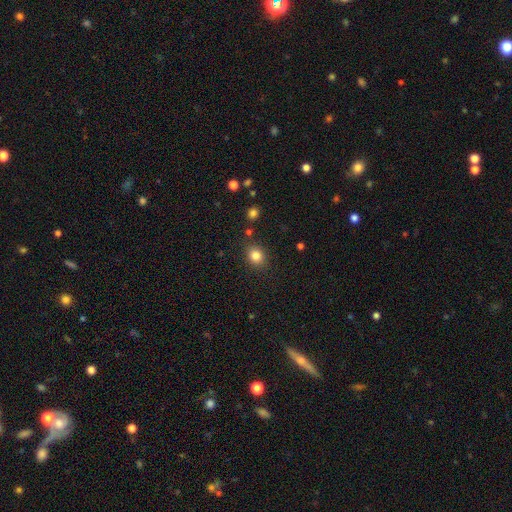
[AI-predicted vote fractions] Morphology: type=smooth (83%); roundness=round (62%); merging=none (84%).